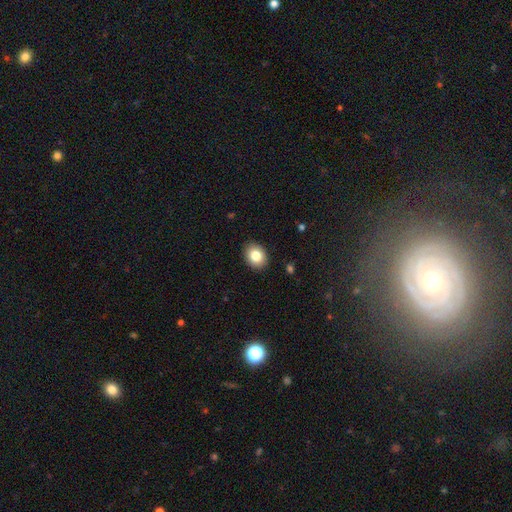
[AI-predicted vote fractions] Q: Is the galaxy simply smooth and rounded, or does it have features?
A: smooth — 82%.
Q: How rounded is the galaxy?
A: in between — 56%.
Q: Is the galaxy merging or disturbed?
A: none — 90%.